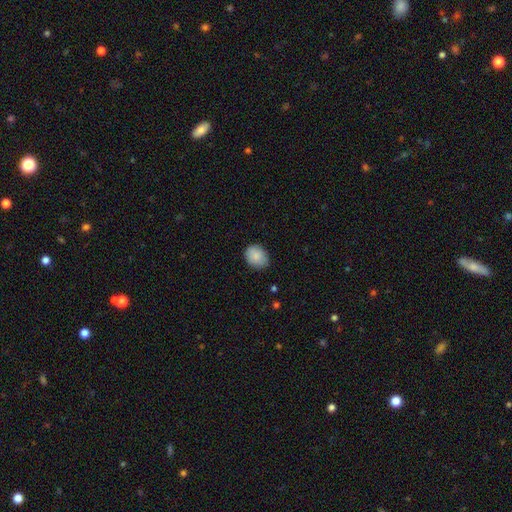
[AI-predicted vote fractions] Smooth or featured? smooth (87%)
How rounded? in between (50%)
Merging? none (78%)